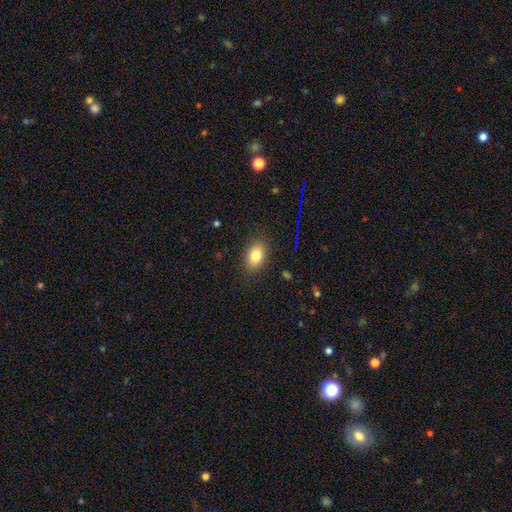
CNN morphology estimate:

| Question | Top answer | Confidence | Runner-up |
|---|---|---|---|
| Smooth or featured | smooth | 80% | star or artifact (11%) |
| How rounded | in between | 76% | round (22%) |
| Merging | none | 86% | minor disturbance (10%) |